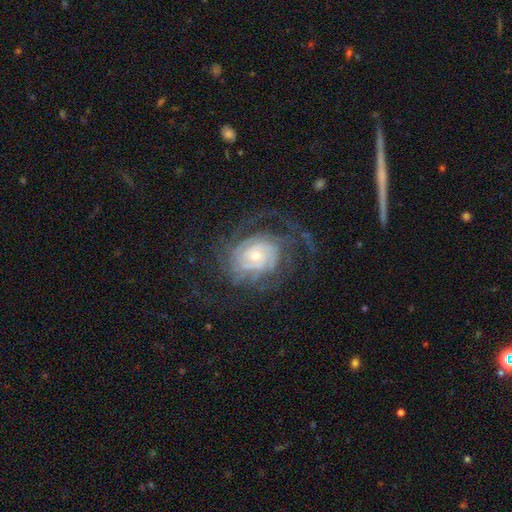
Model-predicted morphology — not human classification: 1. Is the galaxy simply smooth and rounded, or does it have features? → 87% featured or disk, 7% smooth, 6% star or artifact.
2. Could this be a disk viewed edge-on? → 97% no, 3% yes.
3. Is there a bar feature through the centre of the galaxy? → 68% no, 25% weak, 7% strong.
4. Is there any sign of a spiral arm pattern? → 96% yes, 4% no.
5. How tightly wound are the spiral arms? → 69% tight, 23% medium, 7% loose.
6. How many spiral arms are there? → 33% can't tell, 22% 2, 15% 3, 14% 4, 9% more than 4, 7% 1.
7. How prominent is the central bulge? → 61% small, 33% moderate, 3% large, 1% none, 1% dominant.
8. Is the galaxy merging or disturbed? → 65% none, 18% major disturbance, 15% minor disturbance, 1% merger.